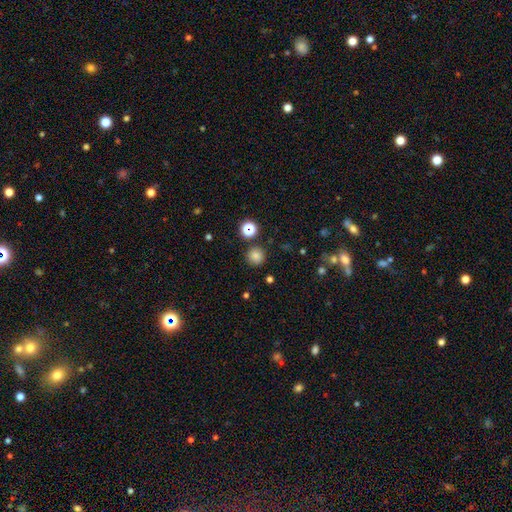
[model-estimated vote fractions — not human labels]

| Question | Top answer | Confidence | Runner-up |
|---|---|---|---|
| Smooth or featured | smooth | 79% | star or artifact (16%) |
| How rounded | round | 94% | in between (5%) |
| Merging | none | 86% | minor disturbance (7%) |